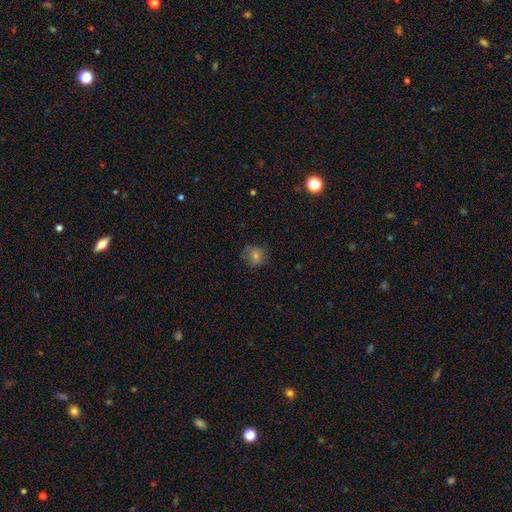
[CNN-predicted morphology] Overall: smooth (60%; featured or disk 22%). How rounded: round (86%). Merging: none (76%).